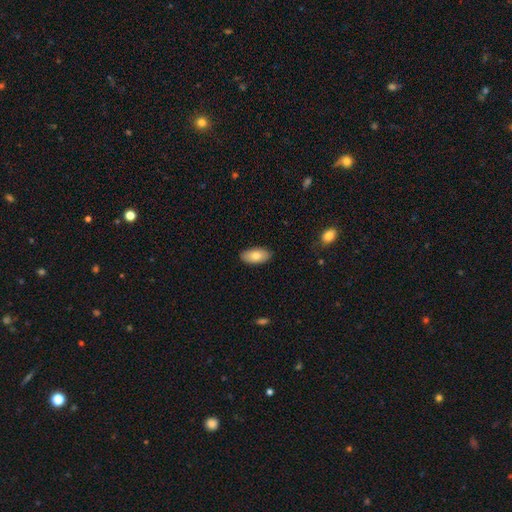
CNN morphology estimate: A smooth galaxy with no disk features (78%) that is in between round and cigar-shaped (94%).

Vote fractions:
- Smooth or featured? smooth: 78% / featured or disk: 16% / star or artifact: 6%
- How rounded? in between: 94% / cigar-shaped: 3% / round: 3%
- Merging? none: 88% / minor disturbance: 9% / major disturbance: 2% / merger: 1%